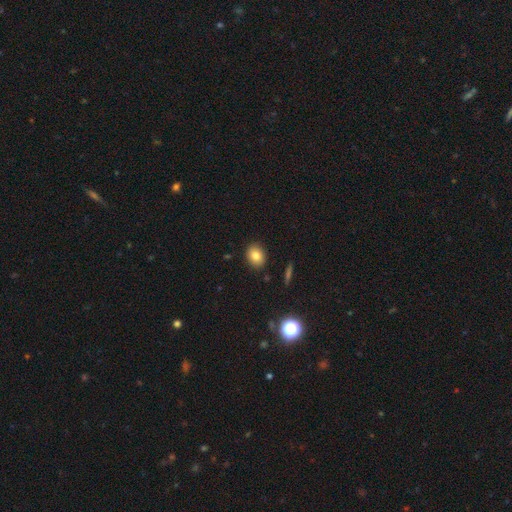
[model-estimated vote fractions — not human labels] Smooth or featured? smooth (82%)
How rounded? in between (57%)
Merging? none (88%)